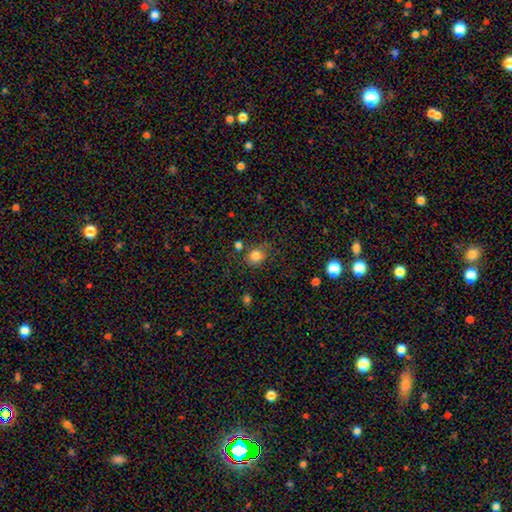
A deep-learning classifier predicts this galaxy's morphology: A smooth galaxy with no disk features (82%) that is round (79%). Merging: none (72%).